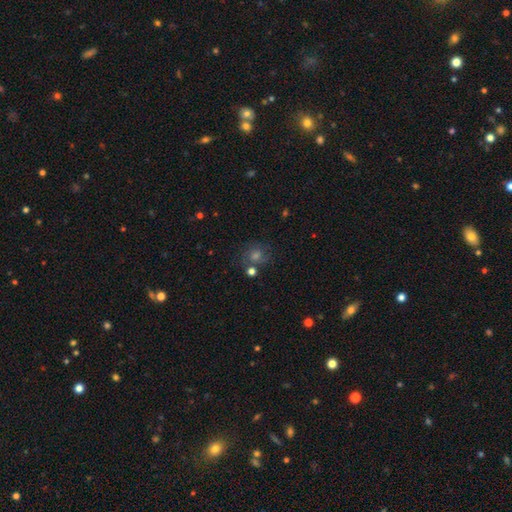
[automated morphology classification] The model was most divided on "smooth or featured": smooth: 42%, star or artifact: 31%, featured or disk: 28%. More confident: merging — none (73%).